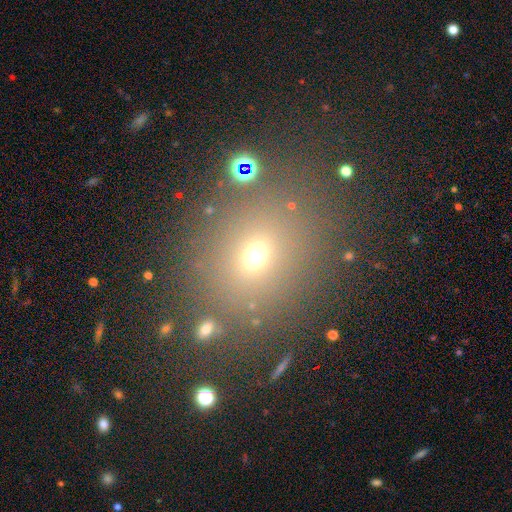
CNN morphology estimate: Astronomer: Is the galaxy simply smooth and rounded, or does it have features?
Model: smooth — 61%.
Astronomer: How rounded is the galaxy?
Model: round — 70%.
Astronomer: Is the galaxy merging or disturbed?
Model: none — 81%.